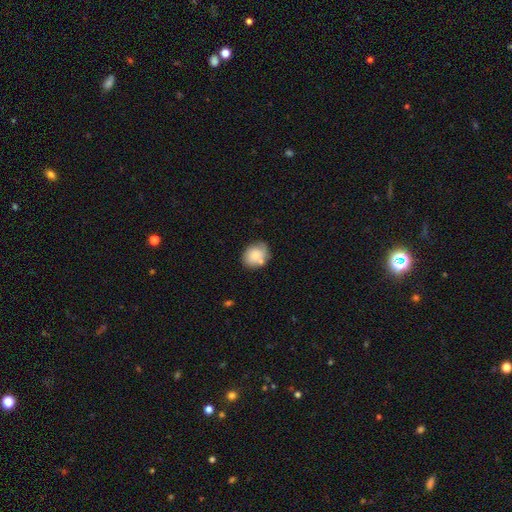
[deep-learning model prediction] The model was most divided on "how rounded": round: 57%, in between: 42%, cigar-shaped: 1%. More confident: smooth or featured — smooth (76%); merging — none (62%).